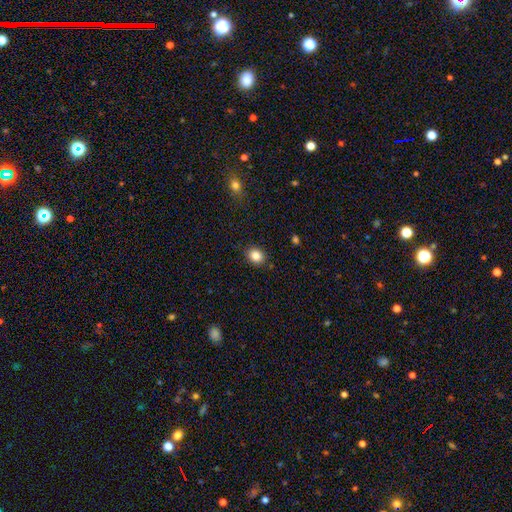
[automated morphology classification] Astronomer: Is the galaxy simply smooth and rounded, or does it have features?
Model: smooth — 85%.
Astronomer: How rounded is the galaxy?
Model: round — 57% (runner-up: in between, 42%).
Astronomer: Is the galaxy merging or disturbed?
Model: none — 87%.